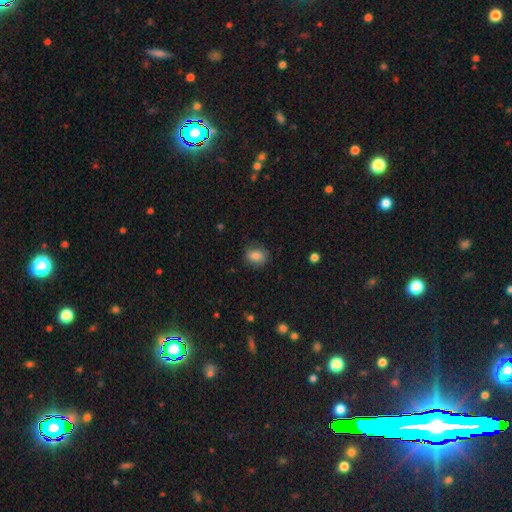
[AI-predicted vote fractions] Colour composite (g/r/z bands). It shows a smooth galaxy with no disk features (83%) that is in between round and cigar-shaped (55%). Merging: none (79%).